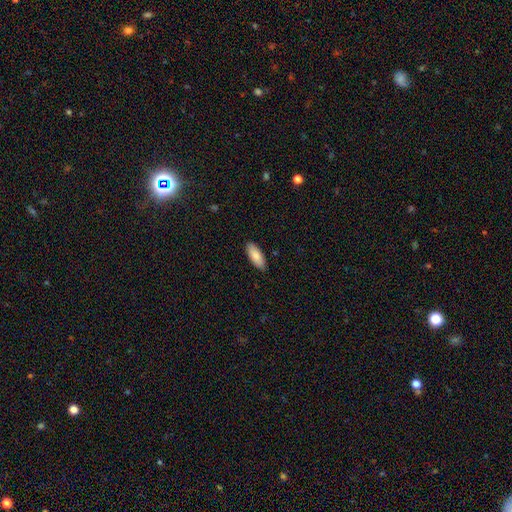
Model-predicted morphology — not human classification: This is clearly a smooth galaxy (84%). How rounded: likely in between (80%). Merging: clearly none (89%).